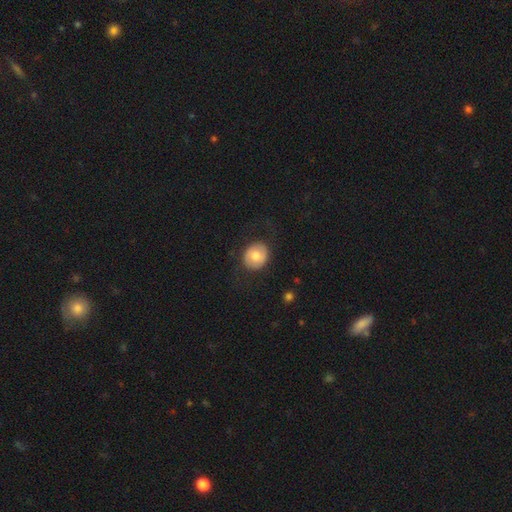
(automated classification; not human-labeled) This is likely a smooth galaxy (69%). How rounded: likely round (70%). Merging: clearly none (80%).